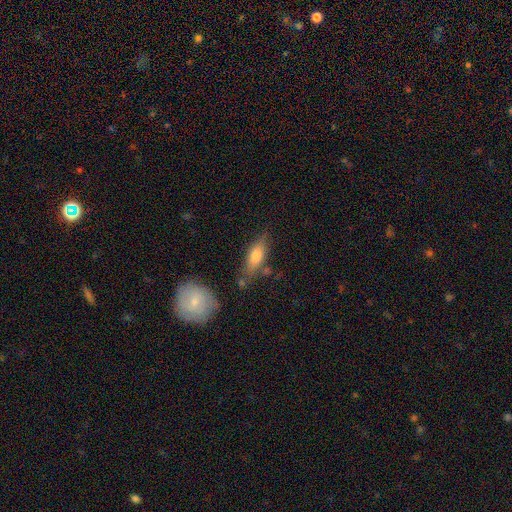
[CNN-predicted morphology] Q: Smooth or featured?
A: smooth (65%); runner-up: featured or disk (28%)
Q: How rounded?
A: in between (59%); runner-up: cigar-shaped (37%)
Q: Merging?
A: none (67%); runner-up: minor disturbance (20%)